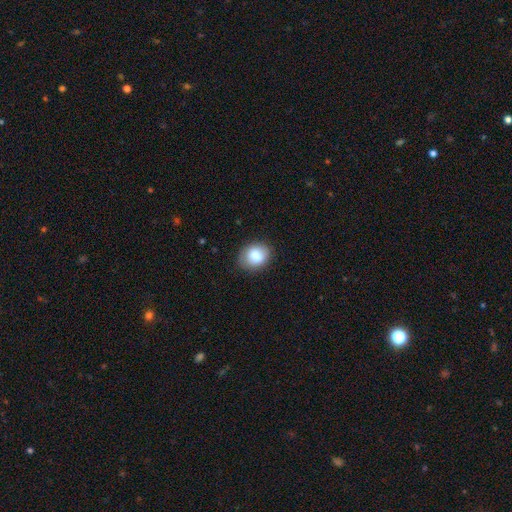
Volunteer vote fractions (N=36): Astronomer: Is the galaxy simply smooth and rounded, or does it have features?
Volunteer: smooth — 94%.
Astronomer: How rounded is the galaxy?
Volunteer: round — 50%, tied with in between at 50%.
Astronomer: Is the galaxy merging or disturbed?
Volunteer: none — 77%.